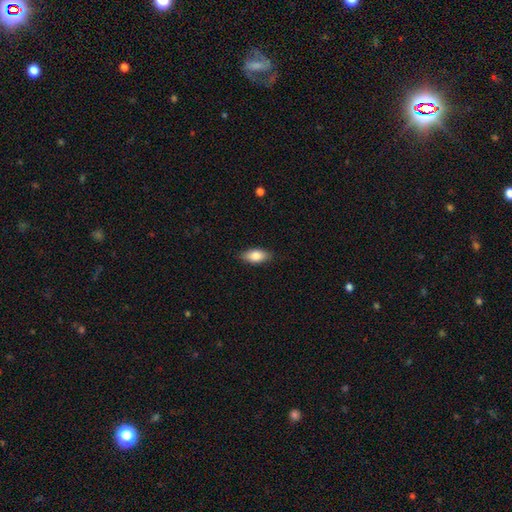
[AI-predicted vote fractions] The model was most divided on "smooth or featured": smooth: 81%, featured or disk: 13%, star or artifact: 7%. More confident: how rounded — in between (87%); merging — none (87%).